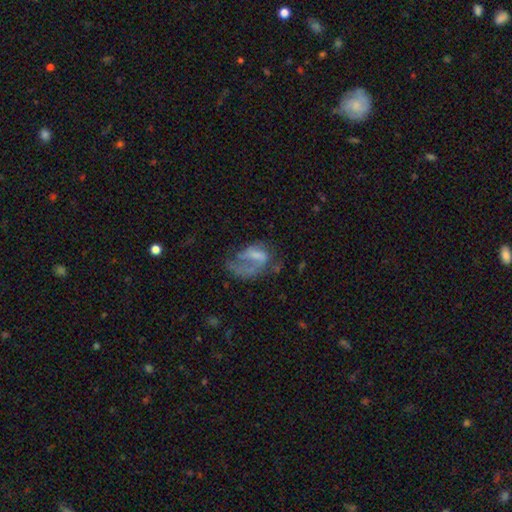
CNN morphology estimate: smooth_or_featured: featured or disk (p=0.55) [alt: smooth p=0.35]
disk_edge_on: no (p=0.97) [alt: yes p=0.03]
bar: no (p=0.55) [alt: weak p=0.34]
has_spiral_arms: yes (p=0.52) [alt: no p=0.48]
bulge_size: none (p=0.44) [alt: small p=0.27]
merging: major disturbance (p=0.50) [alt: none p=0.26]